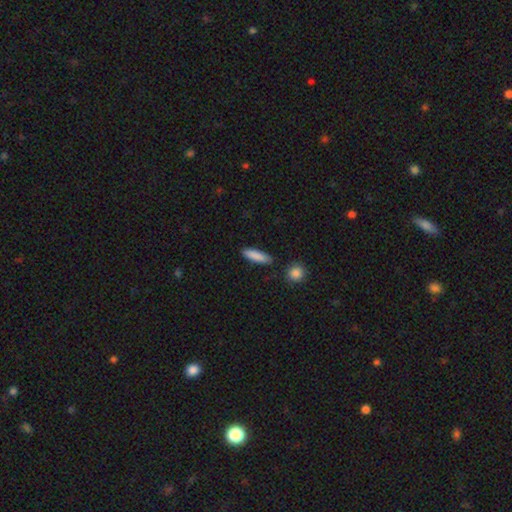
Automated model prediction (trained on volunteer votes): The model was most divided on "how rounded": cigar-shaped: 63%, in between: 35%, round: 2%. More confident: smooth or featured — smooth (87%); merging — none (87%).